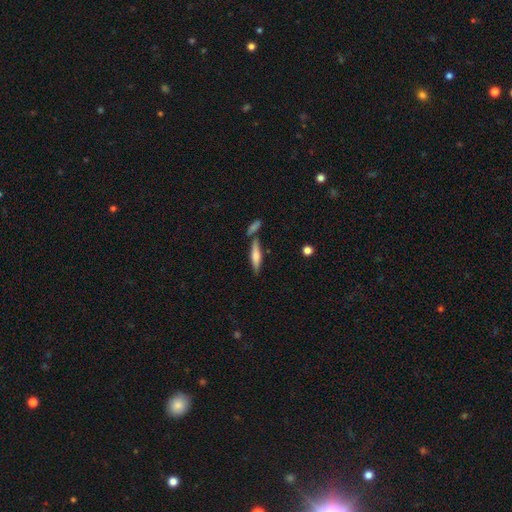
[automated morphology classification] Smooth or featured: smooth — 51% (featured or disk — 43%)
How rounded: cigar-shaped — 78% (in between — 20%)
Merging: none — 70% (merger — 15%)